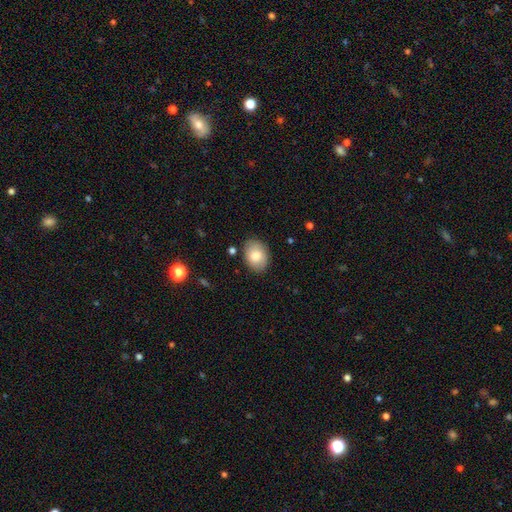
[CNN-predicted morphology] Overall: smooth (80%). How rounded: in between (75%). Merging: none (85%).